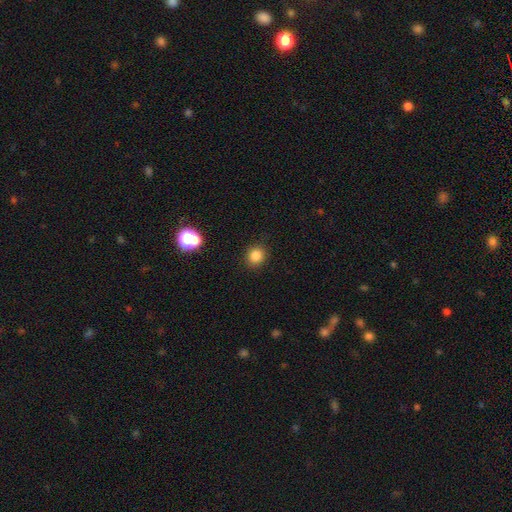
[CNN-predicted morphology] Smooth or featured? Predicted: smooth (p=0.82). How rounded? Predicted: round (p=0.85). Merging? Predicted: none (p=0.90).